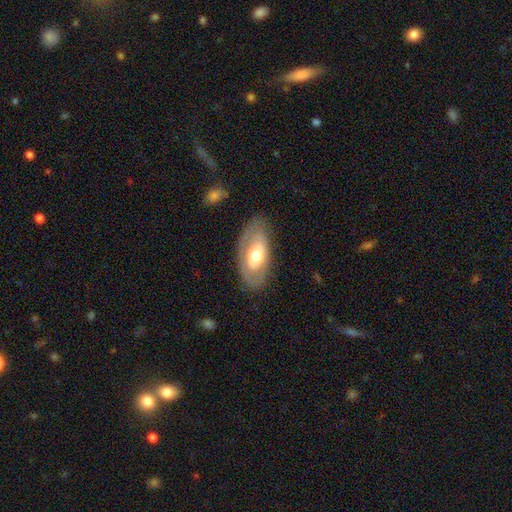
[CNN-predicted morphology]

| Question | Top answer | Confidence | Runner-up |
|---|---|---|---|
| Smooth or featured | smooth | 48% | featured or disk (46%) |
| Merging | none | 75% | minor disturbance (18%) |